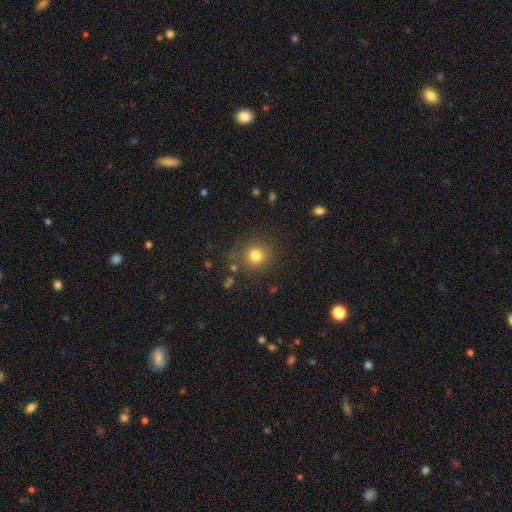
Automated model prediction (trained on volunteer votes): smooth_or_featured: smooth (p=0.79) [alt: star or artifact p=0.13]
how_rounded: round (p=0.90) [alt: in between p=0.09]
merging: none (p=0.82) [alt: minor disturbance p=0.11]